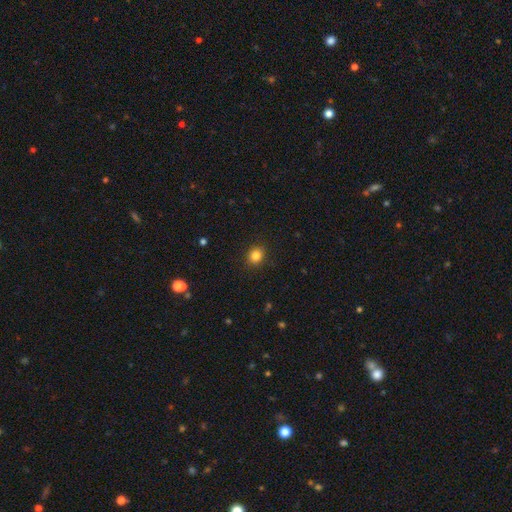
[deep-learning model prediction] This appears to be a smooth galaxy with no disk features (84%) that is round (77%). Merging: none (90%).